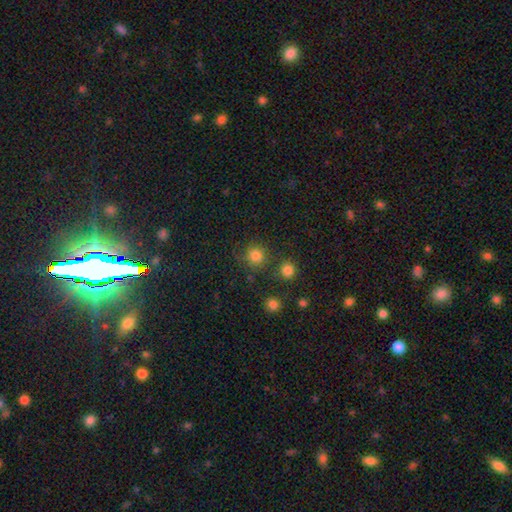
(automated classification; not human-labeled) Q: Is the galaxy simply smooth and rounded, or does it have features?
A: smooth — 81%.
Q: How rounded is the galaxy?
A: round — 92%.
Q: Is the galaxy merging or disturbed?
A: none — 79%.